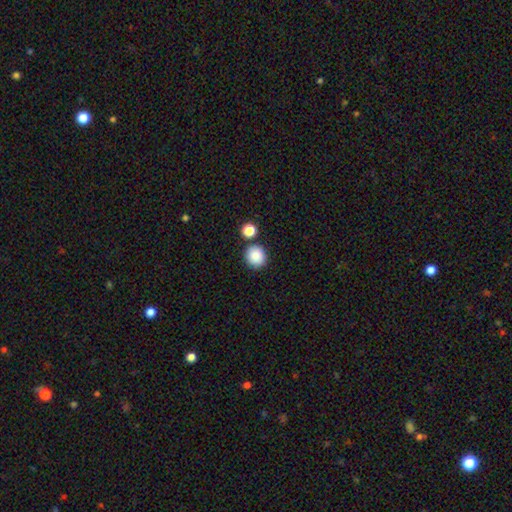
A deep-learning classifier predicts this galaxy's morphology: smooth-or-featured: smooth: 86% | star or artifact: 9% | featured or disk: 5%
  how-rounded: round: 87% | in between: 12% | cigar-shaped: 1%
  merging: none: 80% | minor disturbance: 9% | merger: 9% | major disturbance: 2%